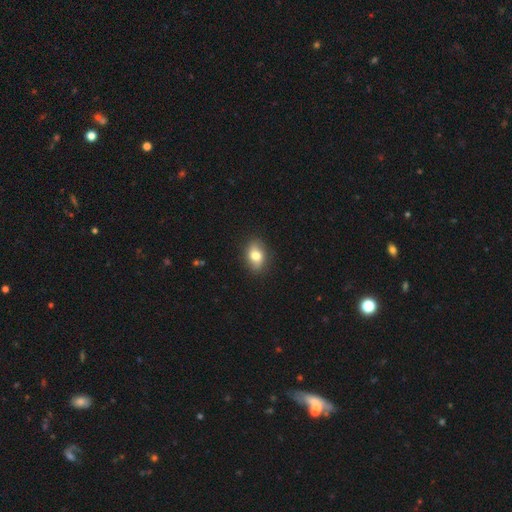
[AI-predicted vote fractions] Smooth or featured?
  - smooth: 73% *
  - featured or disk: 19%
  - star or artifact: 8%
How rounded?
  - in between: 79% *
  - round: 18%
  - cigar-shaped: 3%
Merging?
  - none: 86% *
  - minor disturbance: 11%
  - major disturbance: 2%
  - merger: 1%